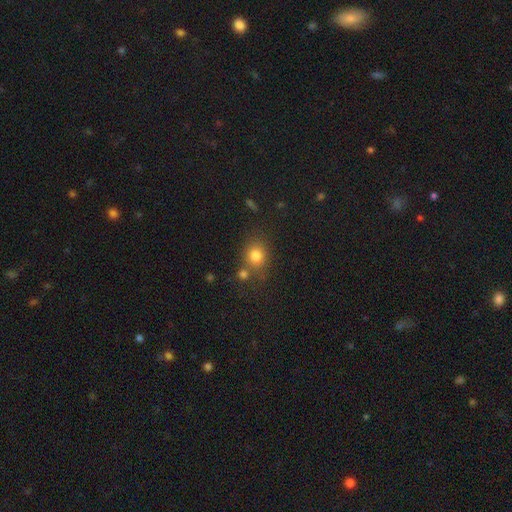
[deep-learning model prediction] Smooth or featured? Predicted: smooth (p=0.79). How rounded? Predicted: round (p=0.76). Merging? Predicted: none (p=0.67).